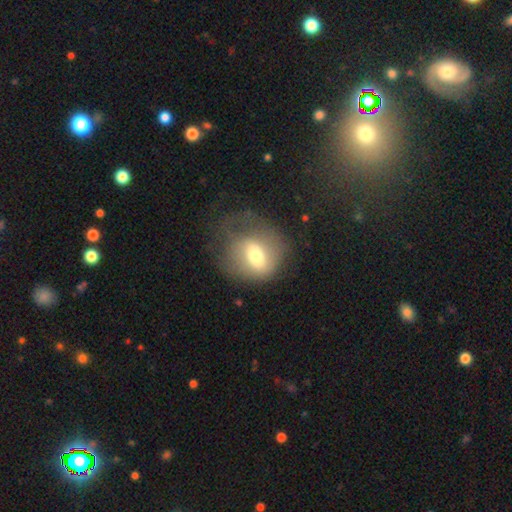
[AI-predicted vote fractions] Smooth or featured: smooth — 59% (featured or disk — 32%)
How rounded: round — 60% (in between — 38%)
Merging: none — 37% (major disturbance — 36%)